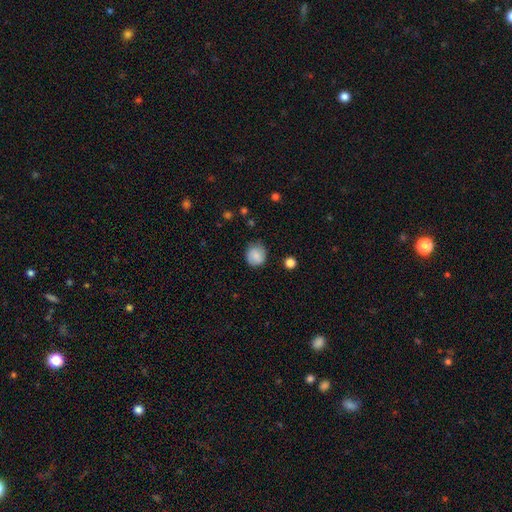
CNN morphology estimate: Overall: smooth (78%). How rounded: round (84%). Merging: none (78%).